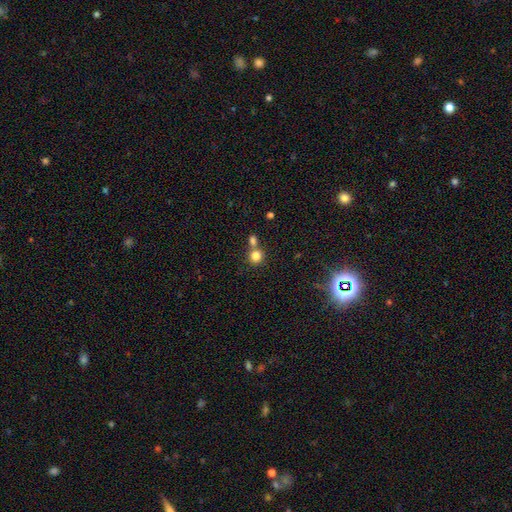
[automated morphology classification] Smooth or featured? smooth (80%)
How rounded? round (89%)
Merging? none (55%)